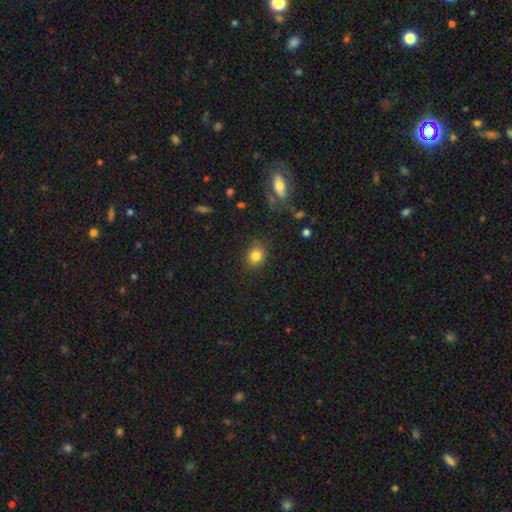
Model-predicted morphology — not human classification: Overall: smooth (82%). How rounded: round (65%; in between 34%). Merging: none (78%).